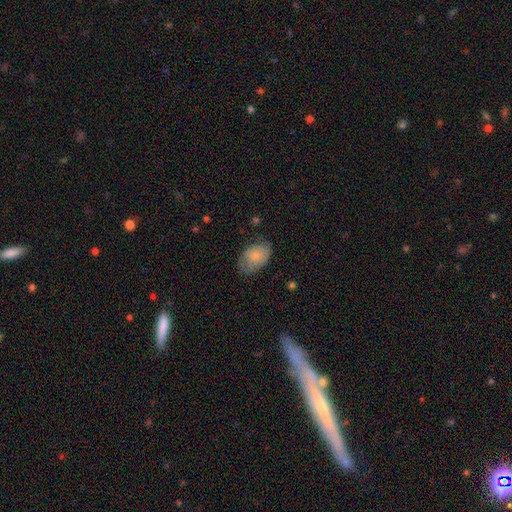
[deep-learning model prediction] A smooth galaxy with no disk features (72%) that is in between round and cigar-shaped (86%).

Vote fractions:
- Smooth or featured? smooth: 72% / featured or disk: 21% / star or artifact: 7%
- How rounded? in between: 86% / round: 13% / cigar-shaped: 1%
- Merging? none: 62% / minor disturbance: 28% / major disturbance: 8% / merger: 1%